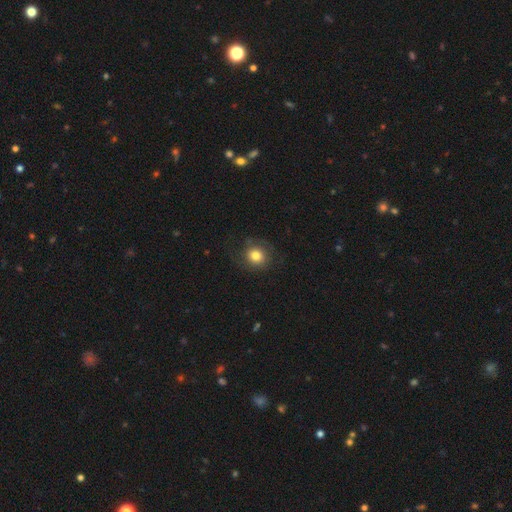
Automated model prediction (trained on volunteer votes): Smooth or featured? smooth (74%)
How rounded? round (86%)
Merging? none (74%)